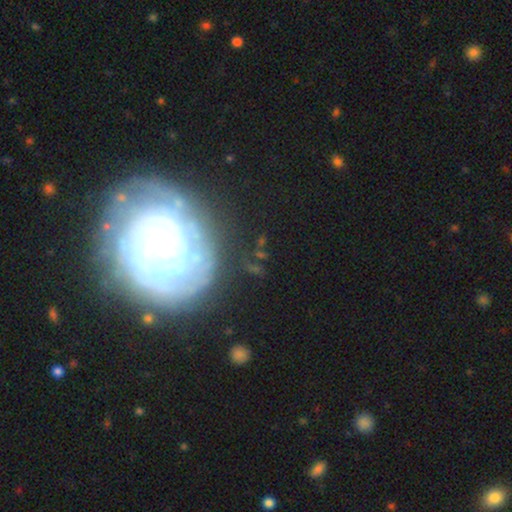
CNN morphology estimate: A featured or disk galaxy (68%) with no bar (71%), spiral arms (66%) and a large central bulge (36%).

Vote fractions:
- Smooth or featured? featured or disk: 68% / smooth: 21% / star or artifact: 11%
- Edge-on disk? no: 97% / yes: 3%
- Bar? no: 71% / weak: 18% / strong: 11%
- Spiral arms? yes: 66% / no: 34%
- Bulge size? large: 36% / moderate: 29% / small: 14% / none: 12% / dominant: 8%
- Merging? none: 63% / minor disturbance: 18% / major disturbance: 15% / merger: 4%